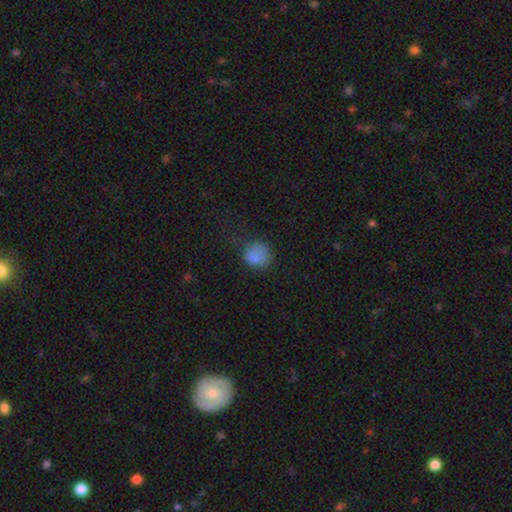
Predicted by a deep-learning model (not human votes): Q: Smooth or featured?
A: smooth (79%); runner-up: star or artifact (13%)
Q: How rounded?
A: round (80%); runner-up: in between (19%)
Q: Merging?
A: none (62%); runner-up: minor disturbance (24%)